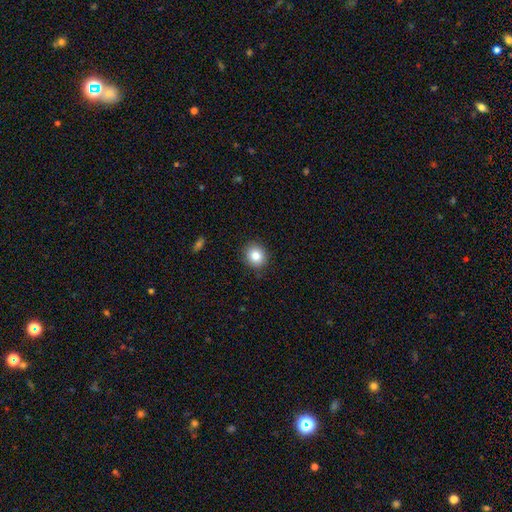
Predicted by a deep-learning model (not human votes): smooth-or-featured: smooth: 82% | star or artifact: 10% | featured or disk: 8%
  how-rounded: round: 83% | in between: 16% | cigar-shaped: 1%
  merging: none: 88% | minor disturbance: 9% | major disturbance: 2% | merger: 1%